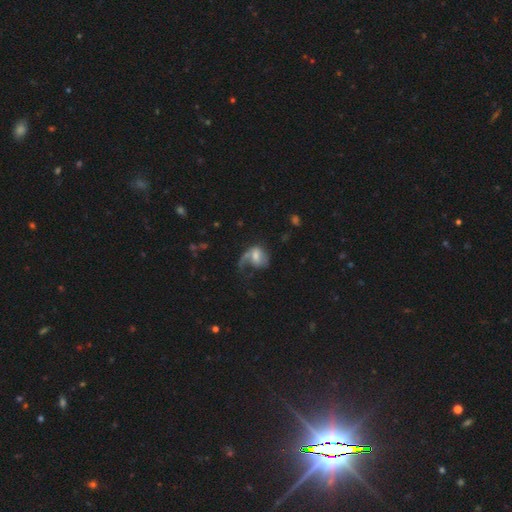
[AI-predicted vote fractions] Smooth or featured: featured or disk — 54% (smooth — 38%)
Edge-on disk: no — 97% (yes — 3%)
Bar: no — 50% (weak — 39%)
Spiral arms: yes — 75% (no — 25%)
Bulge size: moderate — 44% (small — 29%)
Merging: major disturbance — 50% (none — 28%)